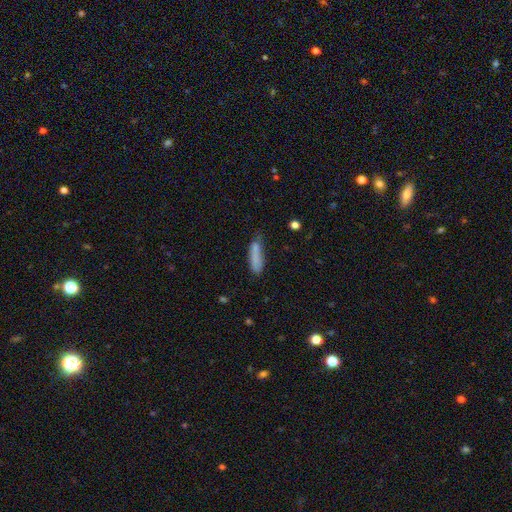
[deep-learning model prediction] smooth 81%, featured or disk 11%, star or artifact 8%. Down the decision tree: how rounded — cigar-shaped (69%); merging — none (56%).